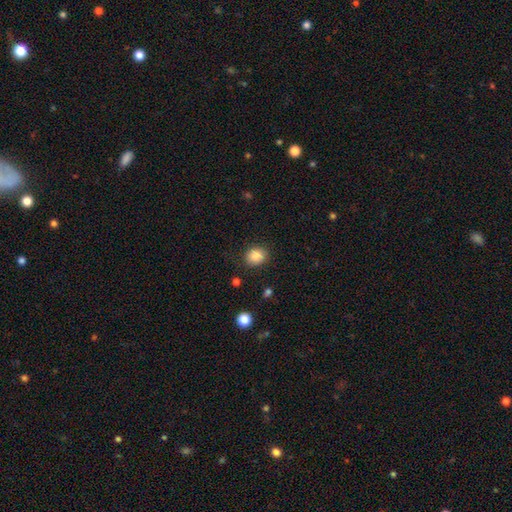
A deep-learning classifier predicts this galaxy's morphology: Q: Smooth or featured?
A: smooth (87%); runner-up: star or artifact (9%)
Q: How rounded?
A: round (68%); runner-up: in between (31%)
Q: Merging?
A: none (84%); runner-up: minor disturbance (11%)